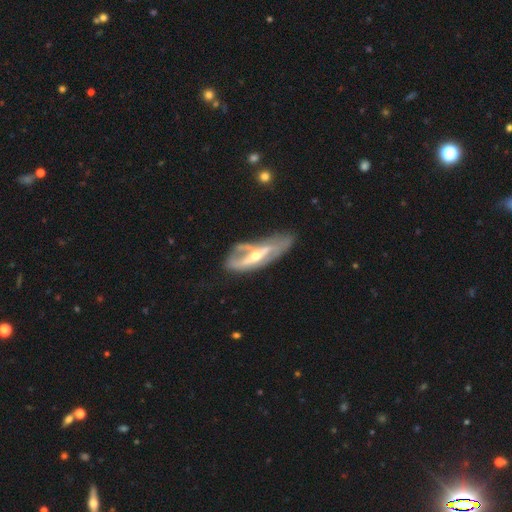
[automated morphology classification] Smooth or featured? featured or disk (77%)
Edge-on disk? no (70%)
Bar? no (38%)
Spiral arms? yes (59%)
Bulge size? moderate (55%)
Merging? none (45%)